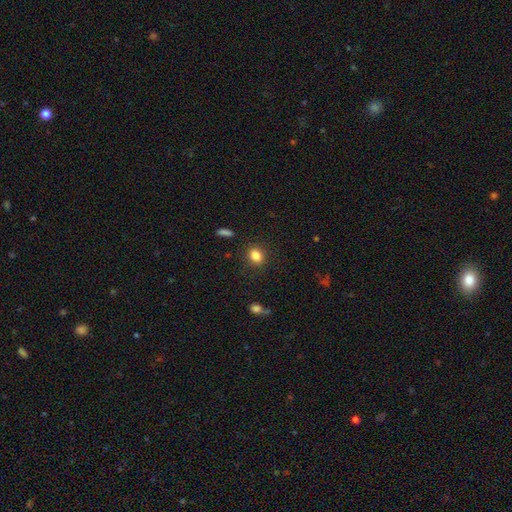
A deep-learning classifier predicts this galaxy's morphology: smooth_or_featured: smooth (p=0.84) [alt: star or artifact p=0.10]
how_rounded: round (p=0.53) [alt: in between p=0.45]
merging: none (p=0.88) [alt: minor disturbance p=0.08]